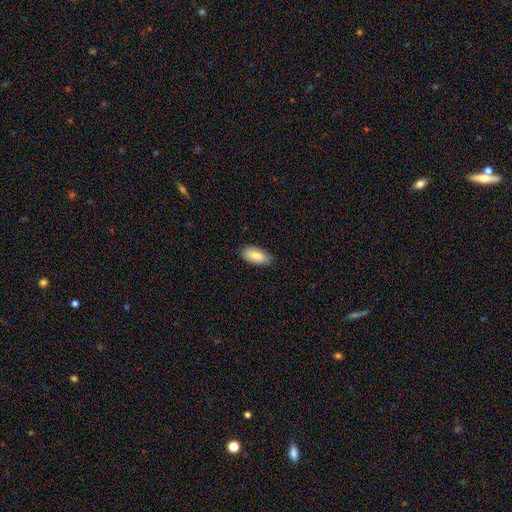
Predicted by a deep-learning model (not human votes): Smooth or featured? smooth (82%)
How rounded? in between (89%)
Merging? none (83%)